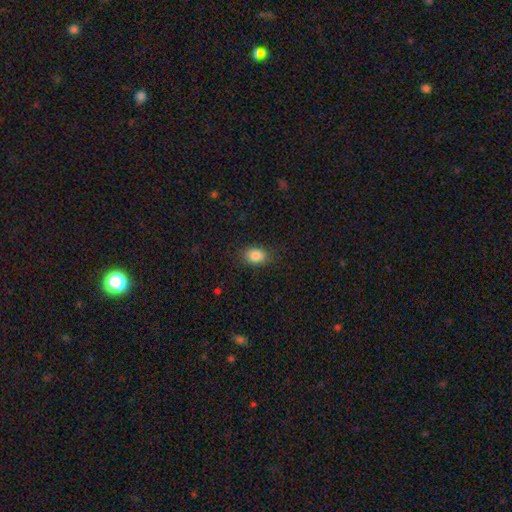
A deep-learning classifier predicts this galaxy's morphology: This appears to be a smooth galaxy with no disk features (86%) that is in between round and cigar-shaped (74%). Merging: none (85%).